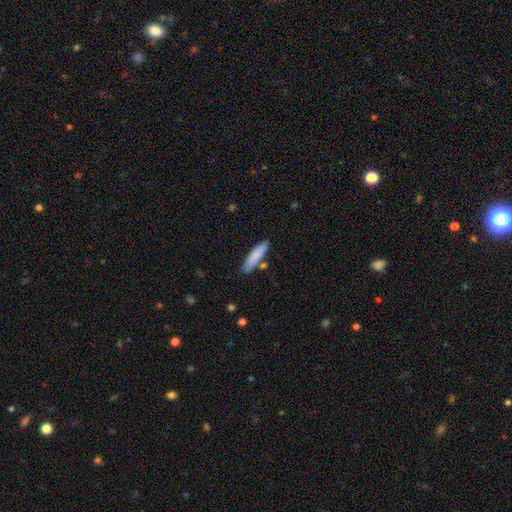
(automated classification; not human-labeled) smooth-or-featured: smooth: 80% | featured or disk: 14% | star or artifact: 6%
  how-rounded: cigar-shaped: 71% | in between: 27% | round: 2%
  merging: none: 77% | minor disturbance: 13% | merger: 7% | major disturbance: 3%